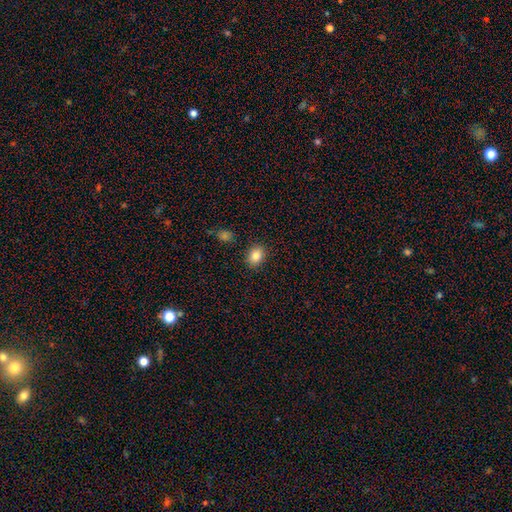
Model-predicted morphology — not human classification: Smooth or featured? Predicted: smooth (p=0.86). How rounded? Predicted: in between (p=0.65). Merging? Predicted: none (p=0.88).